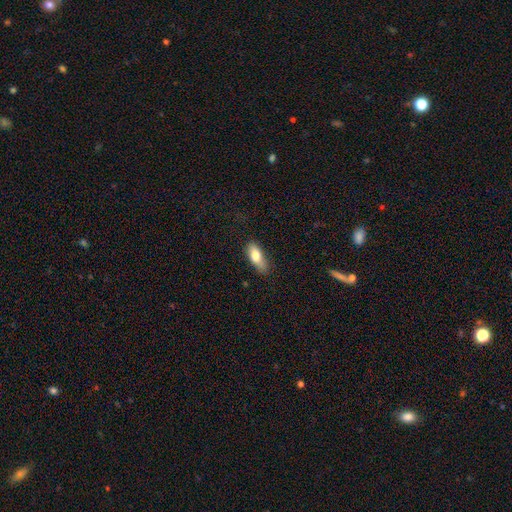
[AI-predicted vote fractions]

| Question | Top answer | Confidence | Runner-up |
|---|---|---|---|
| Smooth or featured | smooth | 77% | featured or disk (16%) |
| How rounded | in between | 77% | cigar-shaped (20%) |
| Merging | none | 63% | minor disturbance (27%) |